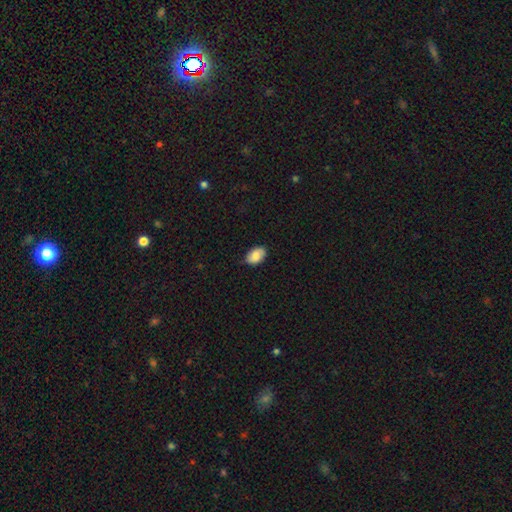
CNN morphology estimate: Q: Smooth or featured?
A: smooth (77%); runner-up: featured or disk (16%)
Q: How rounded?
A: in between (89%); runner-up: round (10%)
Q: Merging?
A: none (80%); runner-up: minor disturbance (16%)